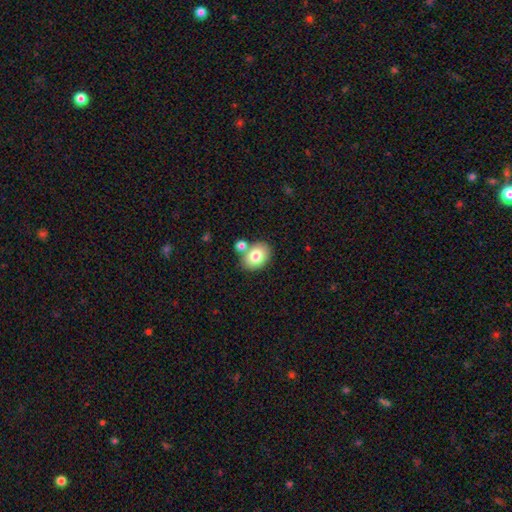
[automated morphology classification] A smooth galaxy with no disk features (80%) that is in between round and cigar-shaped (67%).

Vote fractions:
- Smooth or featured? smooth: 80% / featured or disk: 12% / star or artifact: 8%
- How rounded? in between: 67% / round: 32% / cigar-shaped: 1%
- Merging? none: 63% / merger: 23% / minor disturbance: 11% / major disturbance: 3%